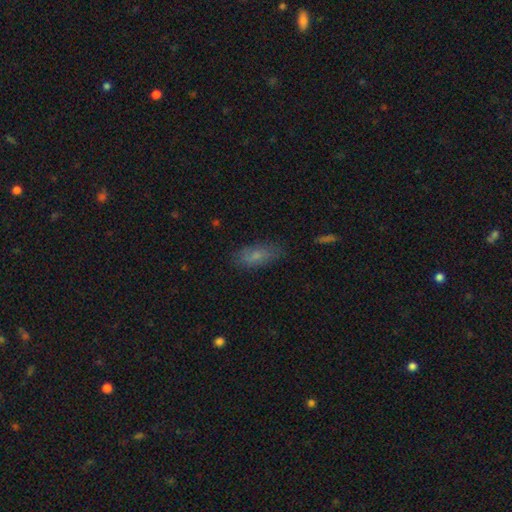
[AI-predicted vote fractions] The model was most divided on "smooth or featured": smooth: 69%, featured or disk: 22%, star or artifact: 9%. More confident: how rounded — in between (81%); merging — none (72%).